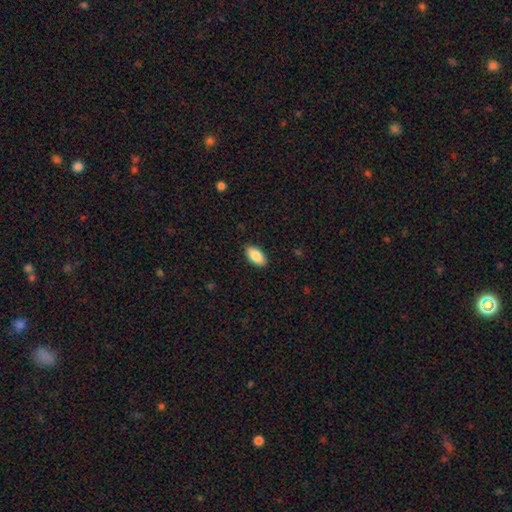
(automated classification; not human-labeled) smooth 86%, featured or disk 8%, star or artifact 6%. Down the decision tree: how rounded — in between (94%); merging — none (89%).